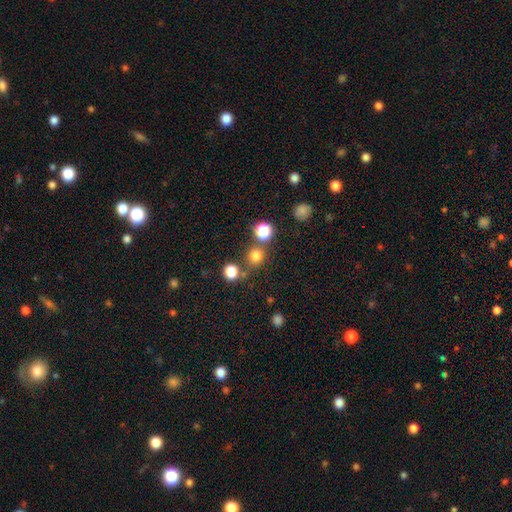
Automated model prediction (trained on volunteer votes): This appears to be a smooth galaxy with no disk features (77%) that is round (88%). Merging: none (72%).